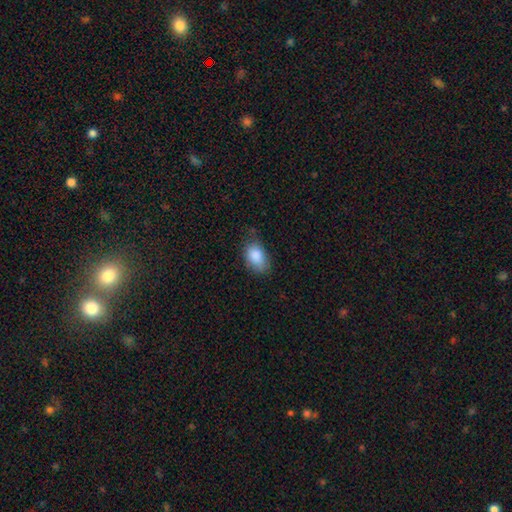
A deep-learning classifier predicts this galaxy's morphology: smooth 87%, star or artifact 7%, featured or disk 6%. Down the decision tree: how rounded — in between (89%); merging — none (70%).